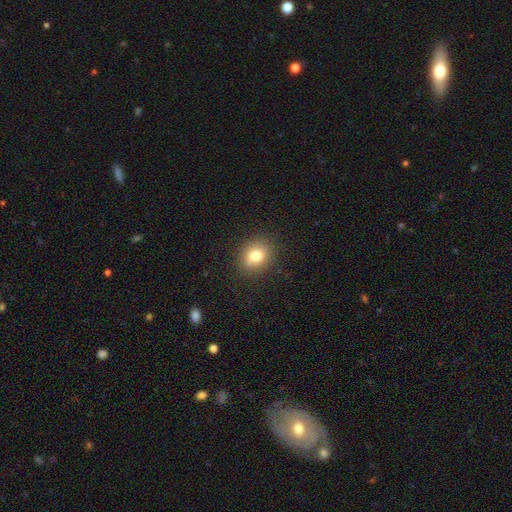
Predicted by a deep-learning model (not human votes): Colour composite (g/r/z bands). It shows a smooth galaxy with no disk features (78%) that is round (63%). Merging: none (86%).